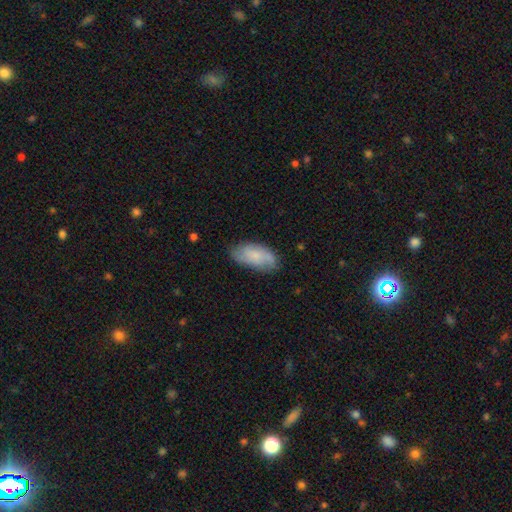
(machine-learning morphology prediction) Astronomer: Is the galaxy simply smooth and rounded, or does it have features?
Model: smooth — 69%.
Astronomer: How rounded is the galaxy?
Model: in between — 92%.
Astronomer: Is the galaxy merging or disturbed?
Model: none — 68%.